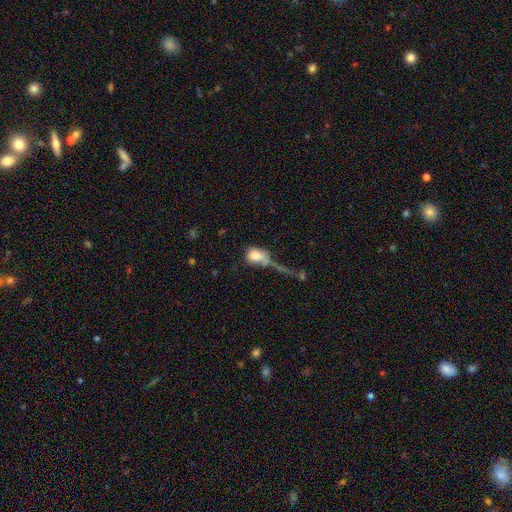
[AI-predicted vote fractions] Smooth or featured?
  - smooth: 72% *
  - featured or disk: 19%
  - star or artifact: 9%
How rounded?
  - in between: 65% *
  - round: 32%
  - cigar-shaped: 3%
Merging?
  - major disturbance: 38% *
  - merger: 25%
  - none: 21%
  - minor disturbance: 16%